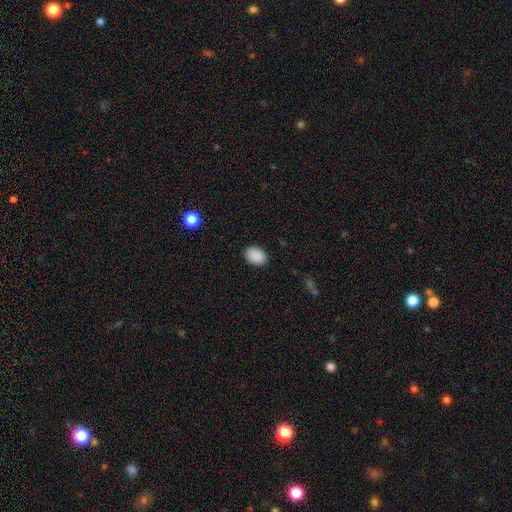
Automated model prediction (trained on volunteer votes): Morphology: type=smooth (90%); roundness=in between (82%); merging=none (88%).